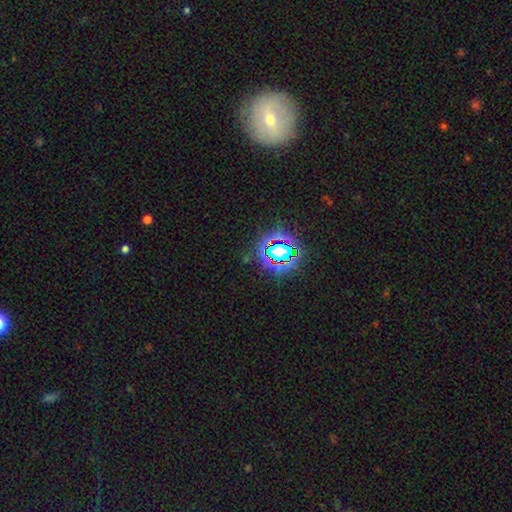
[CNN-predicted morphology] star or artifact 68%, smooth 18%, featured or disk 14%.